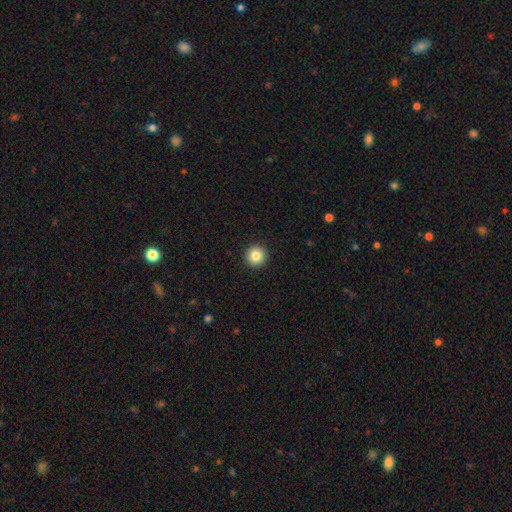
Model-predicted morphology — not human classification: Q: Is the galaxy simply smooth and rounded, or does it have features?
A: smooth — 85%.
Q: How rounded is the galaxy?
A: round — 96%.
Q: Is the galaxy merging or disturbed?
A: none — 93%.